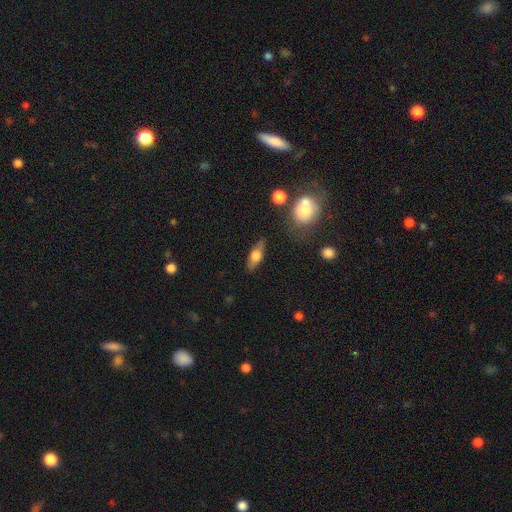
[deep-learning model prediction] Smooth or featured?
  - smooth: 57% *
  - featured or disk: 36%
  - star or artifact: 7%
How rounded?
  - in between: 61% *
  - cigar-shaped: 34%
  - round: 5%
Merging?
  - none: 82% *
  - minor disturbance: 13%
  - major disturbance: 3%
  - merger: 2%